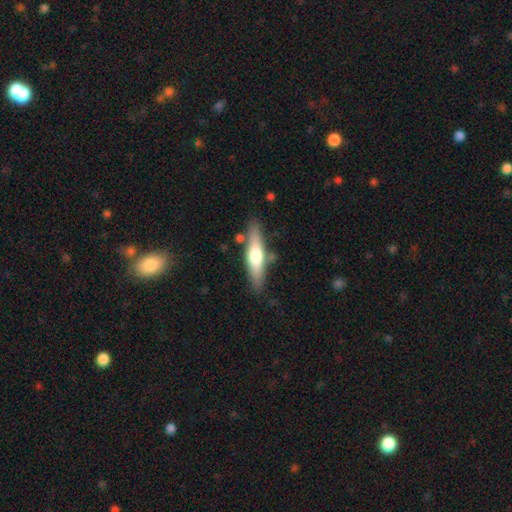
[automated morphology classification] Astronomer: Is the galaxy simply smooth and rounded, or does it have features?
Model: smooth — 50% (runner-up: featured or disk, 45%).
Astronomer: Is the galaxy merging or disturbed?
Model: none — 78%.